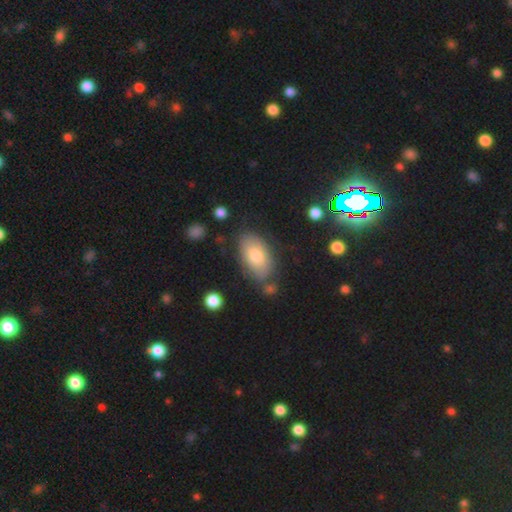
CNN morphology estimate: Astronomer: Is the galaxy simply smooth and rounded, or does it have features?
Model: smooth — 74%.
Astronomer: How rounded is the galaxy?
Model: in between — 93%.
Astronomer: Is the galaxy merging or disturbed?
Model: none — 73%.